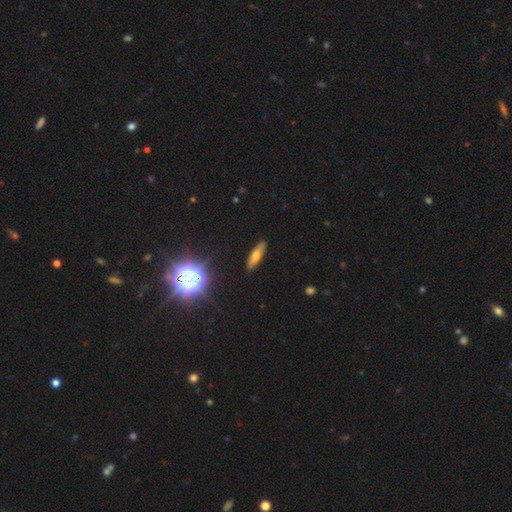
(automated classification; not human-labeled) smooth-or-featured: smooth: 56% | featured or disk: 26% | star or artifact: 18%
  how-rounded: cigar-shaped: 50% | in between: 44% | round: 6%
  merging: none: 88% | minor disturbance: 9% | major disturbance: 2% | merger: 1%